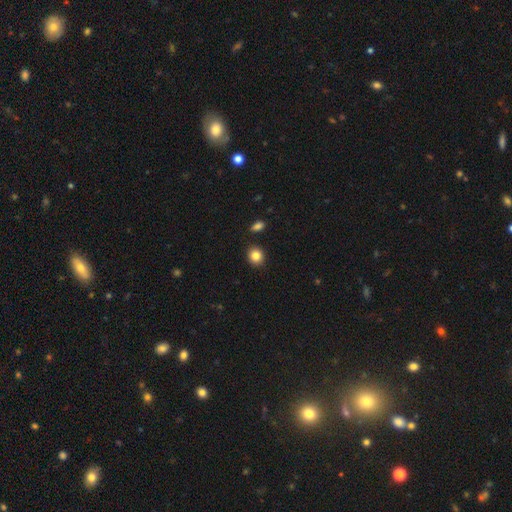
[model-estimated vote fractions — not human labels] Smooth or featured? Predicted: smooth (p=0.85). How rounded? Predicted: round (p=0.74). Merging? Predicted: none (p=0.88).